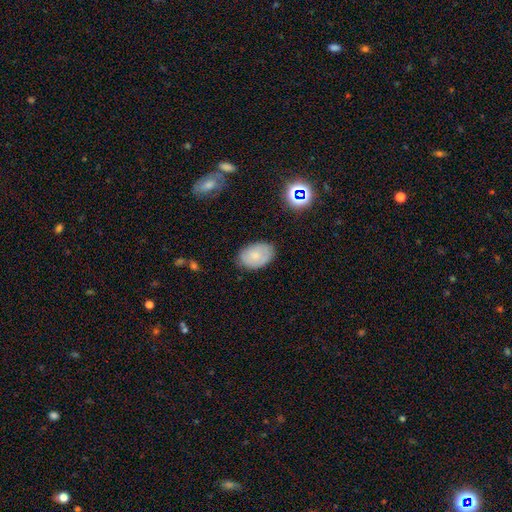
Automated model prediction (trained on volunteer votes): smooth 72%, featured or disk 20%, star or artifact 8%. Down the decision tree: how rounded — in between (85%); merging — none (80%).